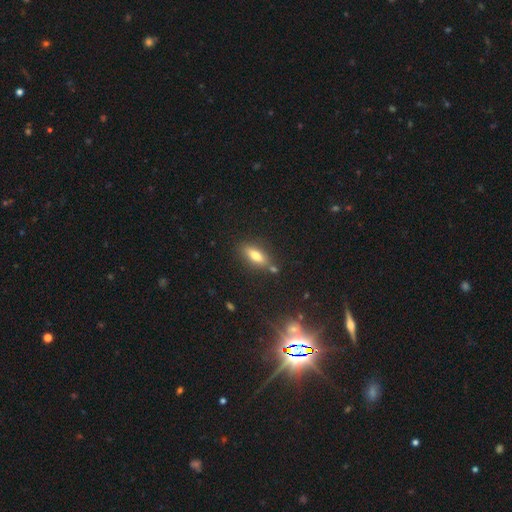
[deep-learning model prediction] Overall: smooth (72%). How rounded: in between (69%). Merging: none (76%).